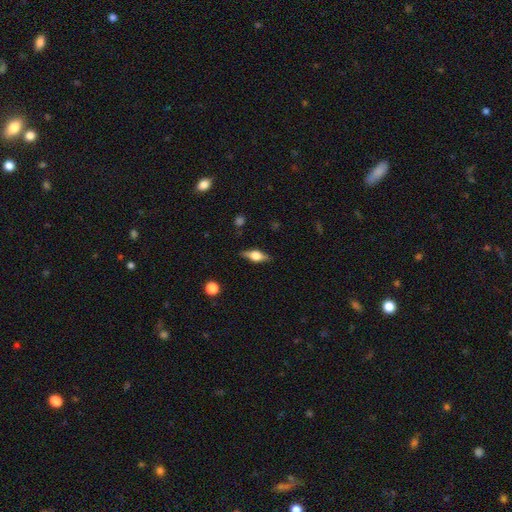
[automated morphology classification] featured or disk 54%, smooth 38%, star or artifact 8%. Down the decision tree: edge-on disk — yes (93%); edge-on bulge — rounded (90%); merging — none (84%).